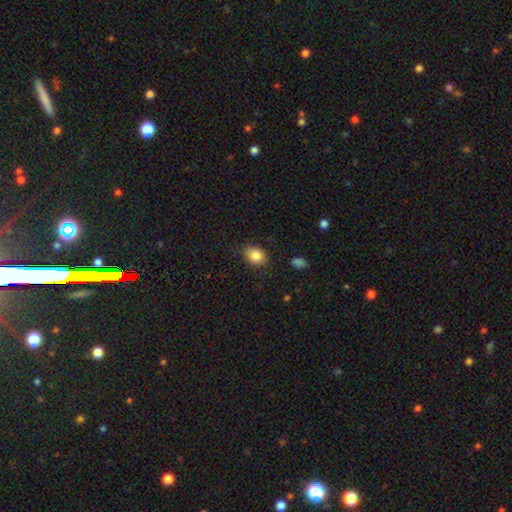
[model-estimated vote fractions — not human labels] The model was most divided on "how rounded": in between: 62%, round: 37%, cigar-shaped: 1%. More confident: smooth or featured — smooth (84%); merging — none (80%).